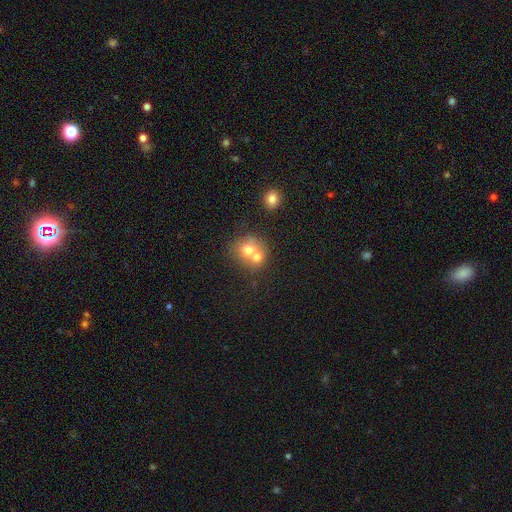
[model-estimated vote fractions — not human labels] Smooth or featured? Predicted: smooth (p=0.66). How rounded? Predicted: round (p=0.78). Merging? Predicted: merger (p=0.59).